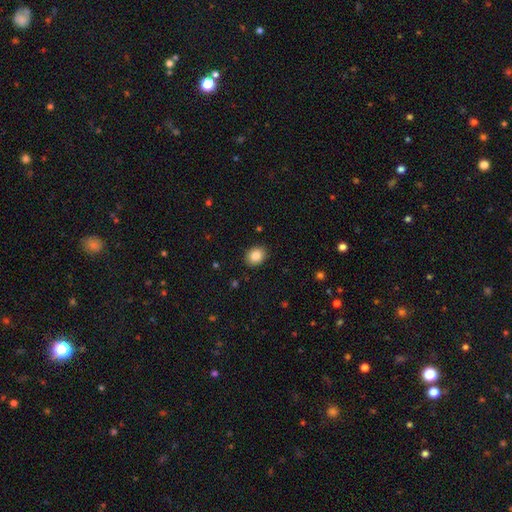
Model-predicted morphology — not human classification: A smooth galaxy with no disk features (85%) that is round (54%).

Vote fractions:
- Smooth or featured? smooth: 85% / star or artifact: 9% / featured or disk: 6%
- How rounded? round: 54% / in between: 45% / cigar-shaped: 1%
- Merging? none: 91% / minor disturbance: 7% / major disturbance: 2% / merger: 1%